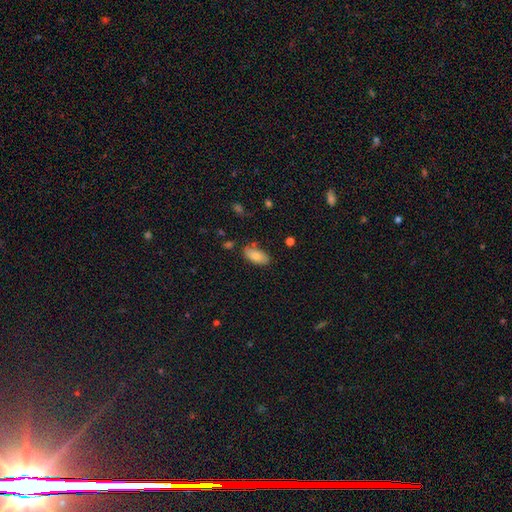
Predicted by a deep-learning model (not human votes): Overall: smooth (84%). How rounded: in between (91%). Merging: none (76%).